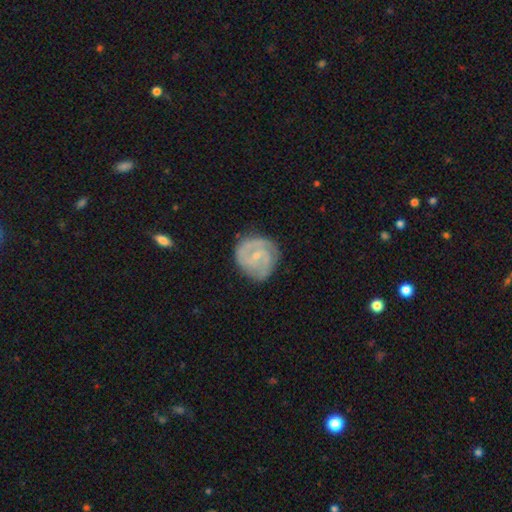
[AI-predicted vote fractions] Smooth or featured? featured or disk (80%)
Edge-on disk? no (98%)
Bar? no (49%)
Spiral arms? yes (94%)
Spiral winding? tight (56%)
Spiral arm count? 2 (47%)
Bulge size? small (74%)
Merging? none (75%)